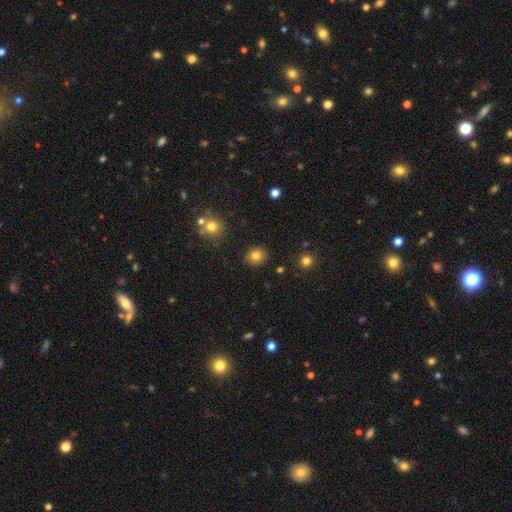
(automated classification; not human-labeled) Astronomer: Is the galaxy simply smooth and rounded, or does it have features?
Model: smooth — 82%.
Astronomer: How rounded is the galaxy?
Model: round — 85%.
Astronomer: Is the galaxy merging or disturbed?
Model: none — 90%.